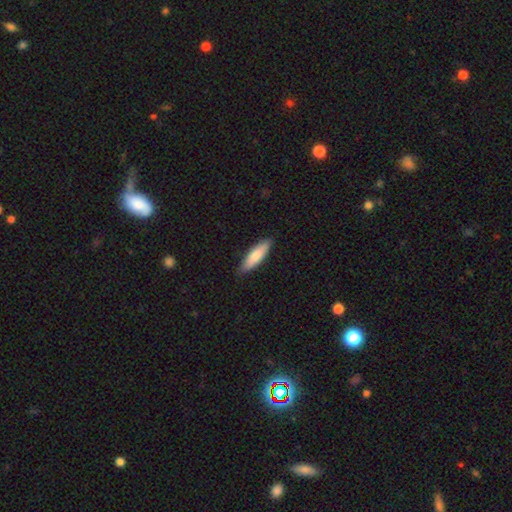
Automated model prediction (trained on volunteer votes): smooth 79%, featured or disk 16%, star or artifact 5%. Down the decision tree: how rounded — cigar-shaped (57%); merging — none (86%).